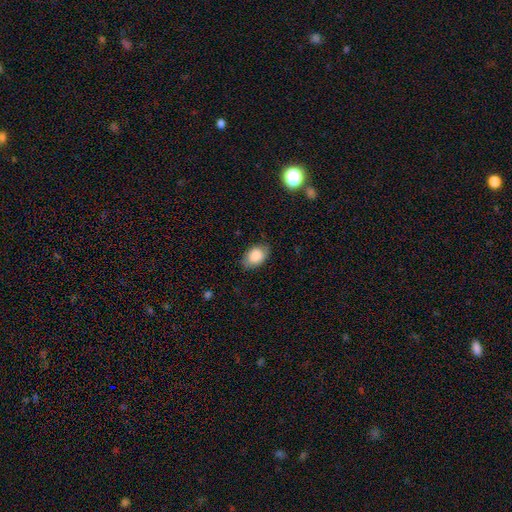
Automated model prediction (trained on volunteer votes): This appears to be a smooth galaxy with no disk features (84%) that is in between round and cigar-shaped (85%). Merging: none (79%).